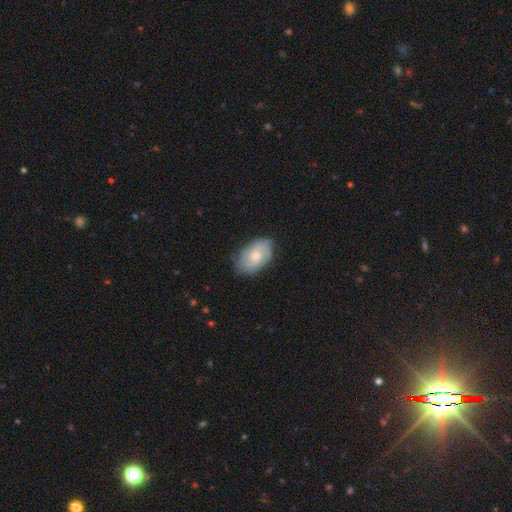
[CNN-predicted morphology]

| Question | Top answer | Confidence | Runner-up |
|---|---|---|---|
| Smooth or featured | featured or disk | 59% | smooth (35%) |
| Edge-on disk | no | 96% | yes (4%) |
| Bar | no | 72% | weak (25%) |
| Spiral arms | yes | 86% | no (14%) |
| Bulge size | moderate | 53% | small (42%) |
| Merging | none | 73% | minor disturbance (21%) |